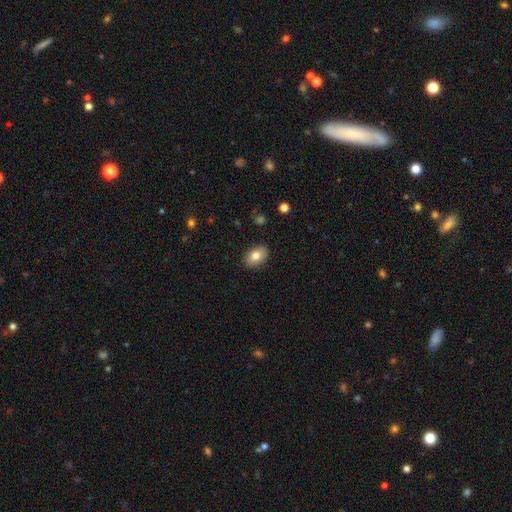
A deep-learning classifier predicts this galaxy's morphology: Smooth or featured?
  - smooth: 81% *
  - featured or disk: 11%
  - star or artifact: 8%
How rounded?
  - in between: 83% *
  - round: 16%
  - cigar-shaped: 1%
Merging?
  - none: 88% *
  - minor disturbance: 9%
  - major disturbance: 2%
  - merger: 1%